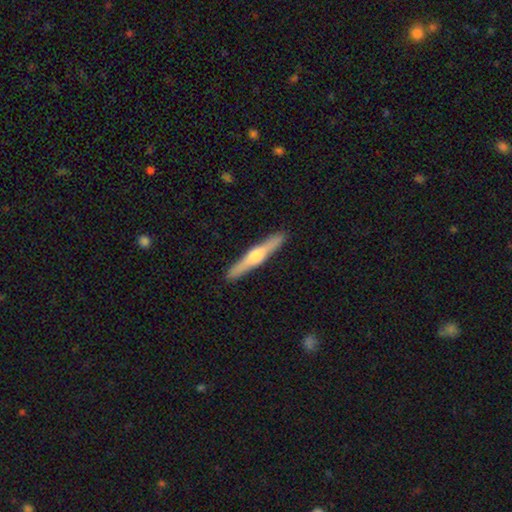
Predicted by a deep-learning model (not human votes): This is likely a featured or disk galaxy (66%). It is clearly viewed edge-on (98%). Edge-on bulge: clearly rounded (91%). Merging: clearly none (92%).